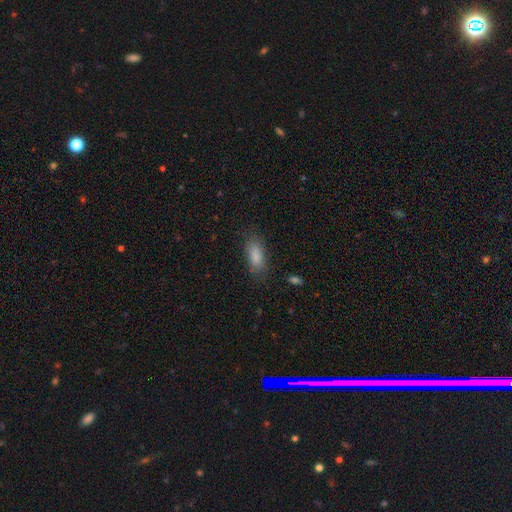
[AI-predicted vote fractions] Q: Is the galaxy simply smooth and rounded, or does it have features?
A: smooth — 86%.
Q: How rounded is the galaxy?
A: in between — 79%.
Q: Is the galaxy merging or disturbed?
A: none — 80%.